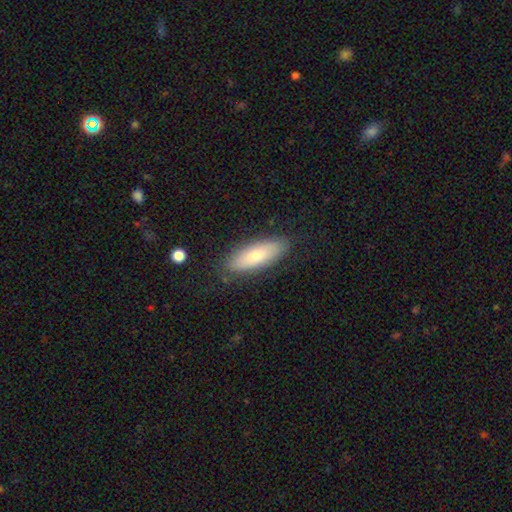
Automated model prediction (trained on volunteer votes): Overall: smooth (73%). How rounded: in between (63%; cigar-shaped 35%). Merging: none (84%).